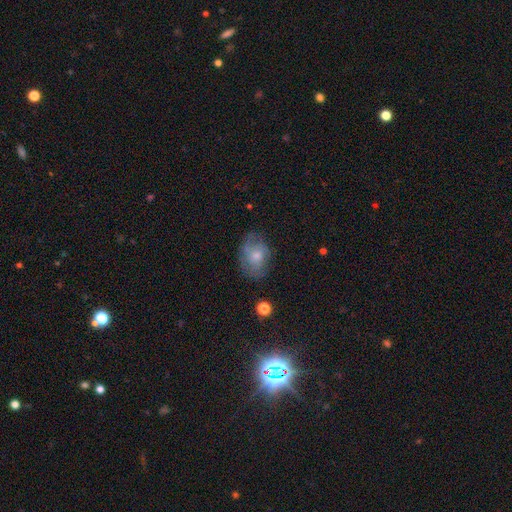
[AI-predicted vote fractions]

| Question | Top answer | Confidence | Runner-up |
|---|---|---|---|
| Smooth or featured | smooth | 55% | featured or disk (37%) |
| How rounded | in between | 68% | round (31%) |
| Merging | none | 58% | minor disturbance (27%) |